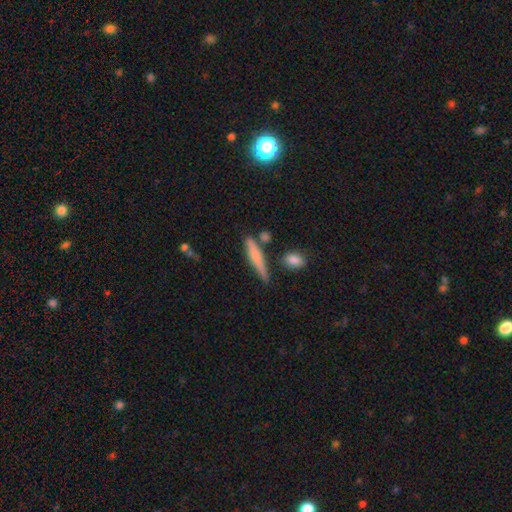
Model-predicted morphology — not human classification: The model was most divided on "smooth or featured": smooth: 64%, featured or disk: 29%, star or artifact: 8%. More confident: how rounded — cigar-shaped (87%); merging — none (69%).